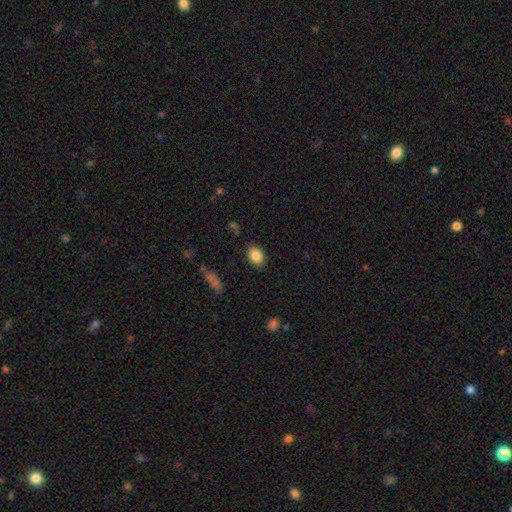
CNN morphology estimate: type=smooth (86%); roundness=in between (76%); merging=none (86%).